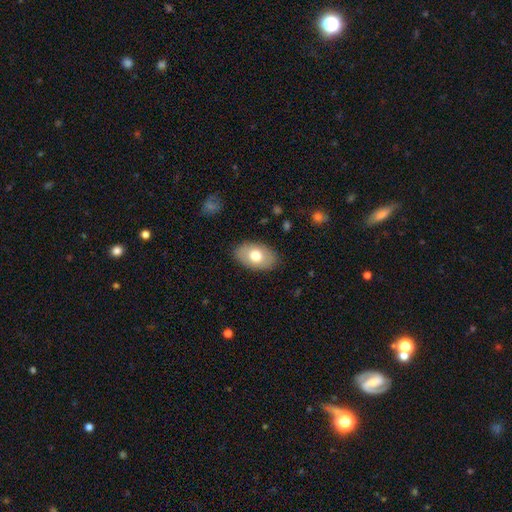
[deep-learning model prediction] Q: Smooth or featured?
A: smooth (71%); runner-up: featured or disk (22%)
Q: How rounded?
A: in between (91%); runner-up: round (8%)
Q: Merging?
A: none (86%); runner-up: minor disturbance (11%)